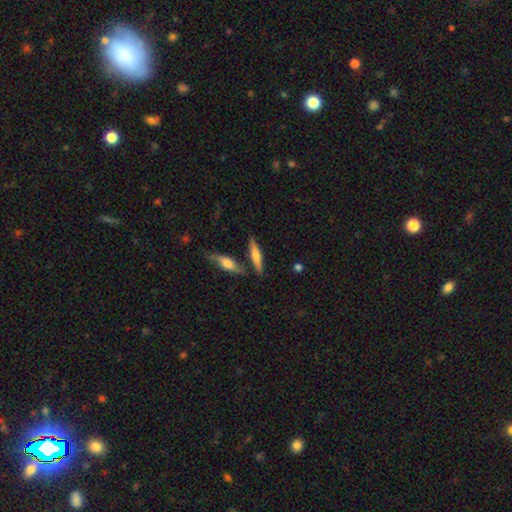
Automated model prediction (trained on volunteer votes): This appears to be a smooth galaxy with no disk features (58%) that is cigar-shaped (77%). Merging: none (71%).